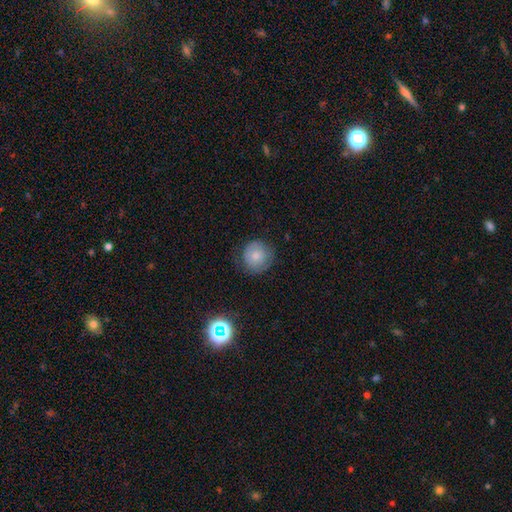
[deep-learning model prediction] Overall: smooth (75%). How rounded: round (92%). Merging: none (77%).